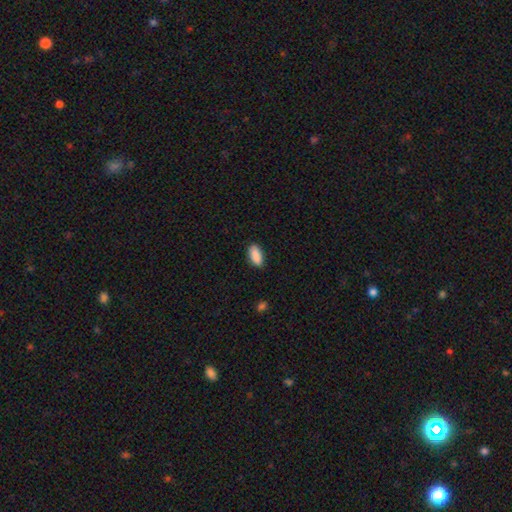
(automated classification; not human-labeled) Smooth or featured? Predicted: smooth (p=0.90). How rounded? Predicted: in between (p=0.90). Merging? Predicted: none (p=0.87).